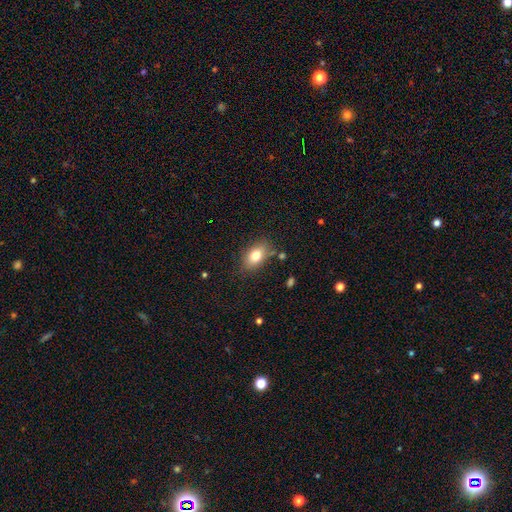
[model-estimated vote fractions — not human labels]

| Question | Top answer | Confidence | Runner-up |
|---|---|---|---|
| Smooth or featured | smooth | 77% | featured or disk (14%) |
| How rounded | in between | 85% | round (12%) |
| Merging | none | 78% | minor disturbance (15%) |